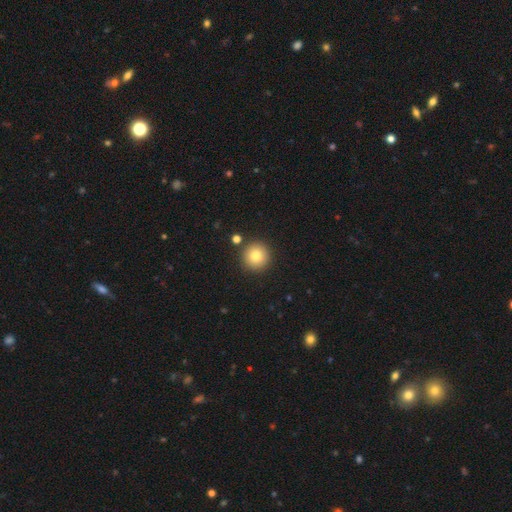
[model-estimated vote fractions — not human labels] Morphology: type=smooth (82%); roundness=round (96%); merging=none (88%).